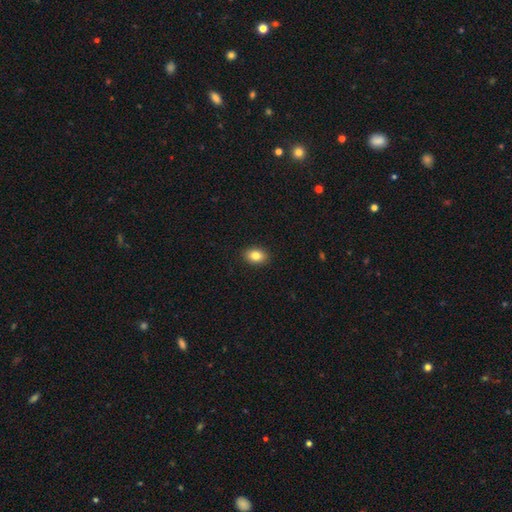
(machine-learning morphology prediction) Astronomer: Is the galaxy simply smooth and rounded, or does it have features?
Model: smooth — 83%.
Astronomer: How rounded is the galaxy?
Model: in between — 79%.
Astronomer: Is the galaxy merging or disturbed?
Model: none — 90%.